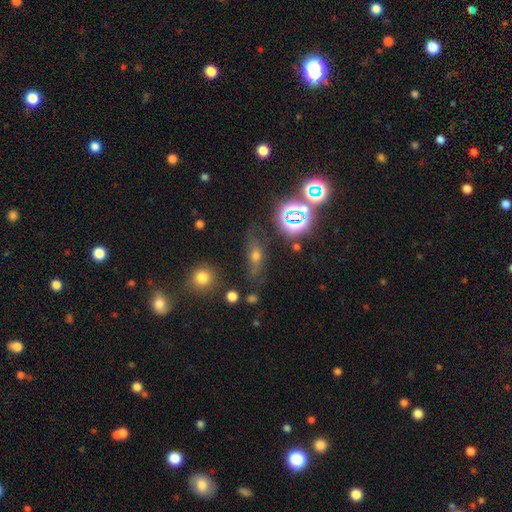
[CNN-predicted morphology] This is possibly a smooth galaxy (46%). Merging: likely none (68%).